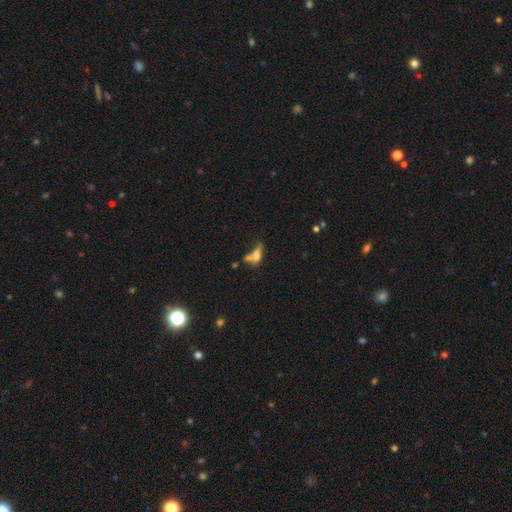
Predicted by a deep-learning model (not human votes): Smooth or featured? smooth (51%)
How rounded? in between (61%)
Merging? merger (36%)